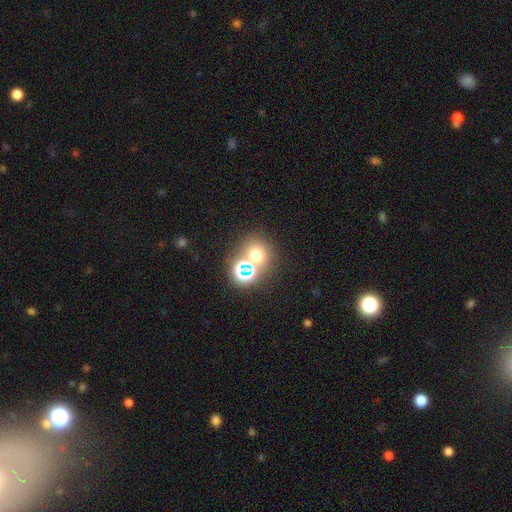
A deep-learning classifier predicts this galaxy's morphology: The model was most divided on "smooth or featured": smooth: 58%, star or artifact: 31%, featured or disk: 10%. More confident: how rounded — round (79%); merging — none (61%).